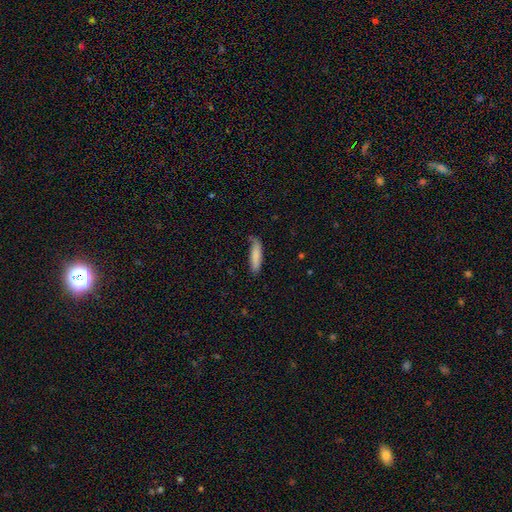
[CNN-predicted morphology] Smooth or featured? smooth (85%)
How rounded? cigar-shaped (66%)
Merging? none (70%)